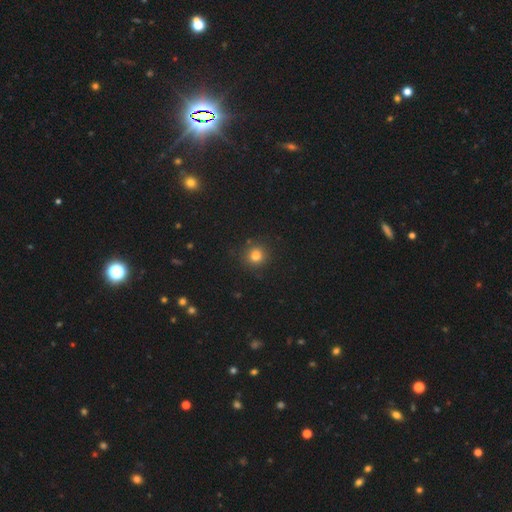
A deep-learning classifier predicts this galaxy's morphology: This appears to be a smooth galaxy with no disk features (80%) that is round (92%). Merging: none (89%).